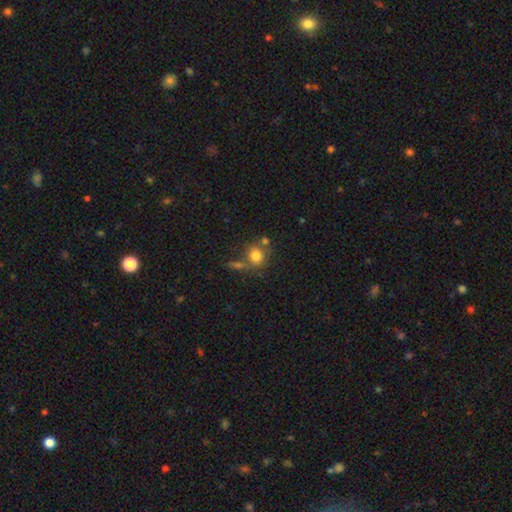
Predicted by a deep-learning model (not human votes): Morphology: type=smooth (78%); roundness=round (83%); merging=none (57%).